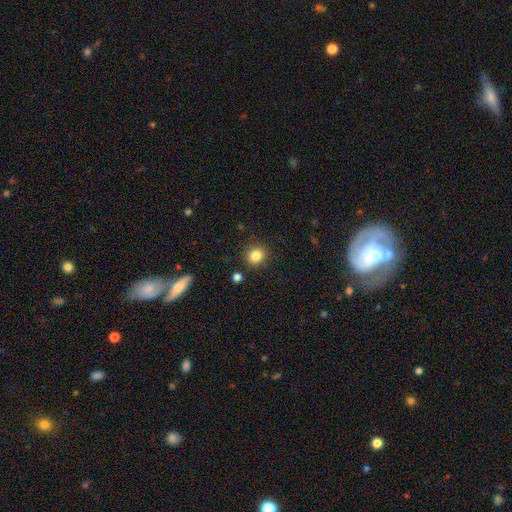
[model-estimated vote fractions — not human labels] Morphology: type=smooth (84%); roundness=round (86%); merging=none (87%).